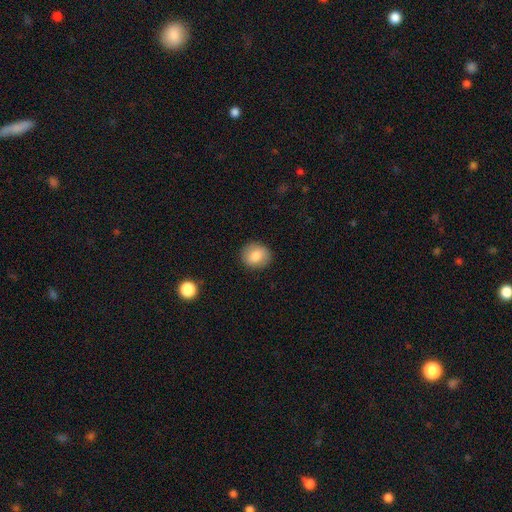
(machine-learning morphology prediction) Smooth or featured: smooth — 81% (featured or disk — 11%)
How rounded: round — 74% (in between — 25%)
Merging: none — 88% (minor disturbance — 9%)